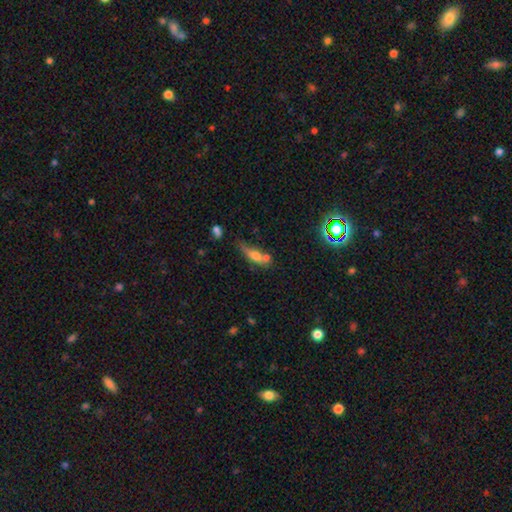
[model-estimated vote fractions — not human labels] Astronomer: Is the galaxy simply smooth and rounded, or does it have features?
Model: smooth — 60%.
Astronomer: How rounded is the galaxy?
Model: in between — 52% (runner-up: cigar-shaped, 43%).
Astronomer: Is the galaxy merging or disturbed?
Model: none — 35% (runner-up: merger, 29%).